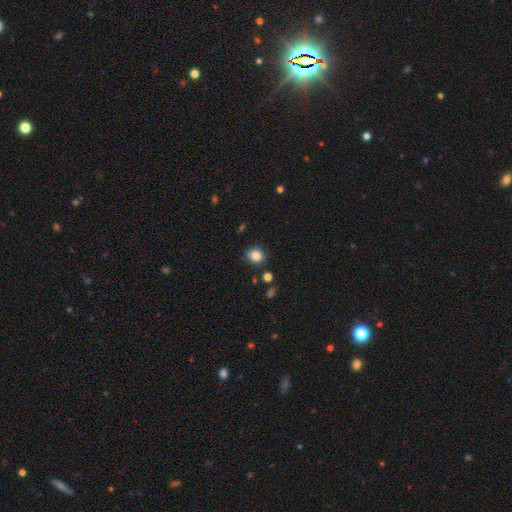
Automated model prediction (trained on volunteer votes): Smooth or featured? smooth (84%)
How rounded? round (79%)
Merging? none (86%)